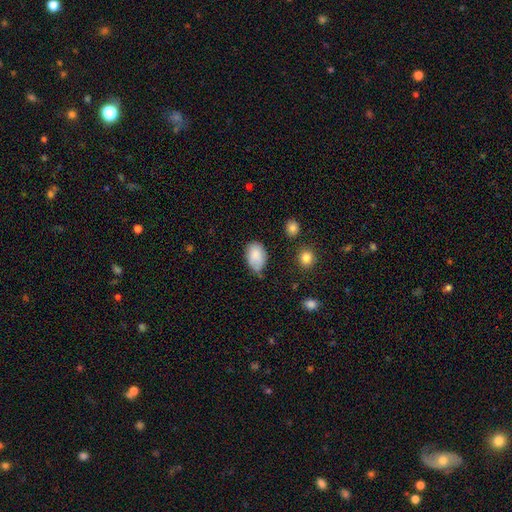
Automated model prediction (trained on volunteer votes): Overall: smooth (85%). How rounded: in between (88%). Merging: none (52%; minor disturbance 37%).